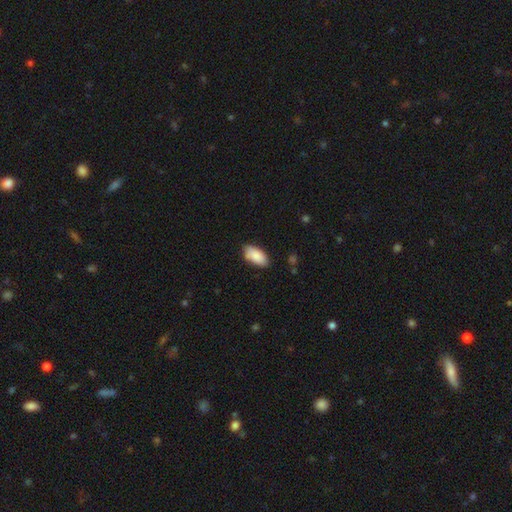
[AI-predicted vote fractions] A smooth galaxy with no disk features (88%) that is in between round and cigar-shaped (93%).

Vote fractions:
- Smooth or featured? smooth: 88% / featured or disk: 6% / star or artifact: 6%
- How rounded? in between: 93% / cigar-shaped: 5% / round: 2%
- Merging? none: 78% / minor disturbance: 18% / major disturbance: 3% / merger: 2%